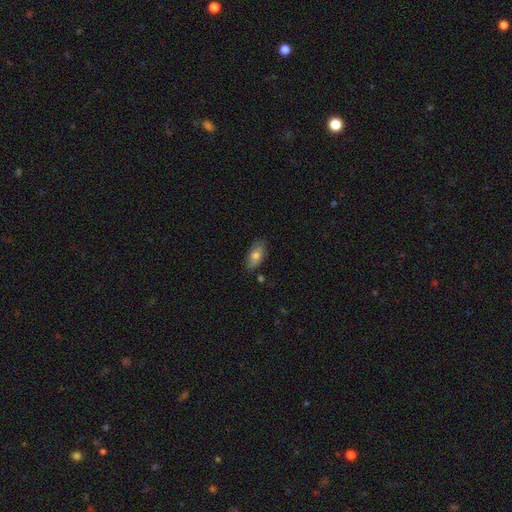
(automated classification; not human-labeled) The model was most divided on "smooth or featured": smooth: 74%, featured or disk: 19%, star or artifact: 7%. More confident: how rounded — in between (89%); merging — none (78%).